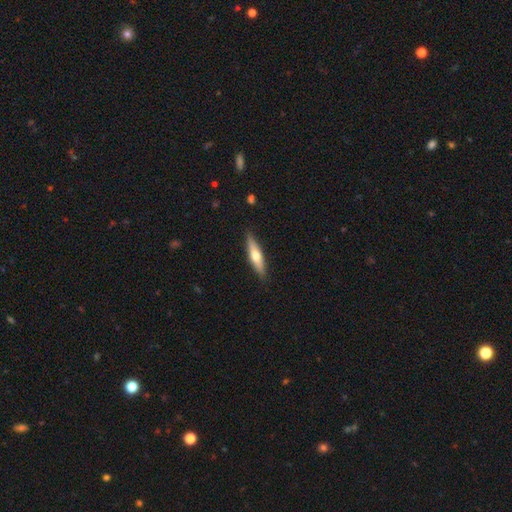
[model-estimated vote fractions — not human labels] Smooth or featured: smooth — 54% (featured or disk — 40%)
How rounded: cigar-shaped — 75% (in between — 23%)
Merging: none — 89% (minor disturbance — 9%)